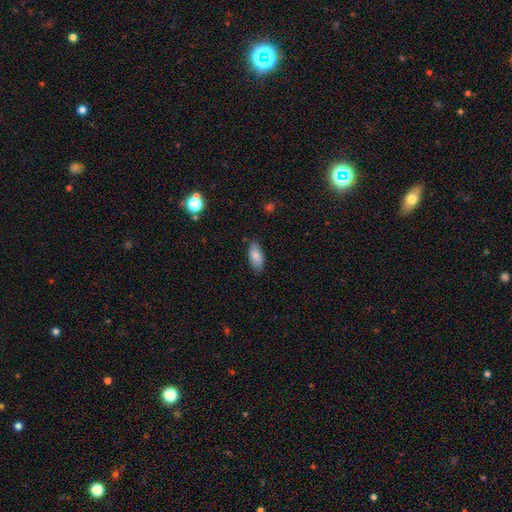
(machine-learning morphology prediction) Smooth or featured? Predicted: smooth (p=0.84). How rounded? Predicted: in between (p=0.88). Merging? Predicted: none (p=0.81).